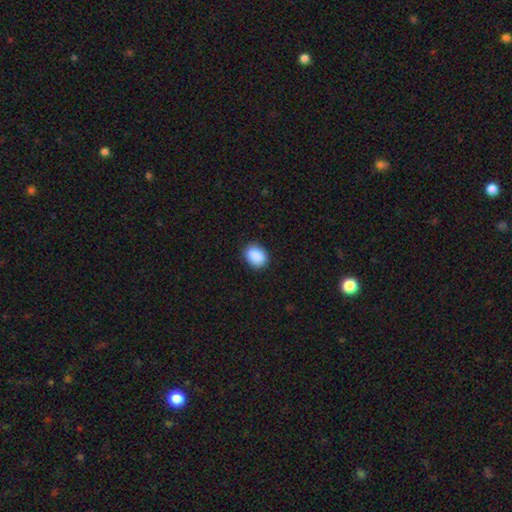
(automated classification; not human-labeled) The model was most divided on "how rounded": in between: 59%, round: 40%, cigar-shaped: 1%. More confident: smooth or featured — smooth (90%); merging — none (87%).